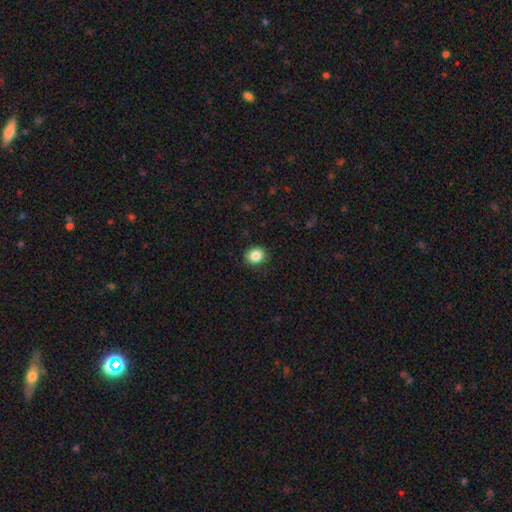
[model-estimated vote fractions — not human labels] Smooth or featured? Predicted: smooth (p=0.86). How rounded? Predicted: round (p=0.69). Merging? Predicted: none (p=0.86).